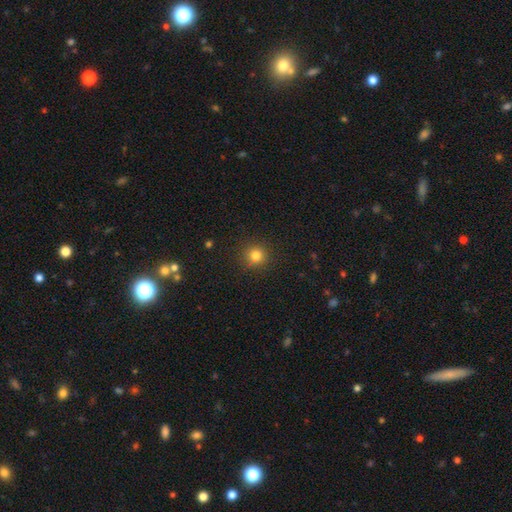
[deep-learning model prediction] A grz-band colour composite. It shows a smooth galaxy with no disk features (80%) that is round (92%). Merging: none (87%).